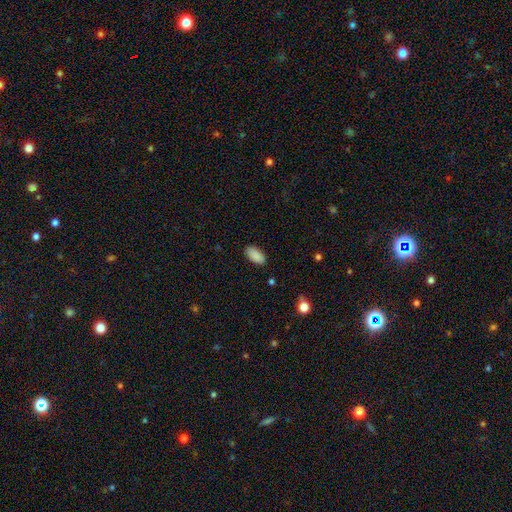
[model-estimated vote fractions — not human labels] Smooth or featured? smooth (89%)
How rounded? in between (94%)
Merging? none (87%)